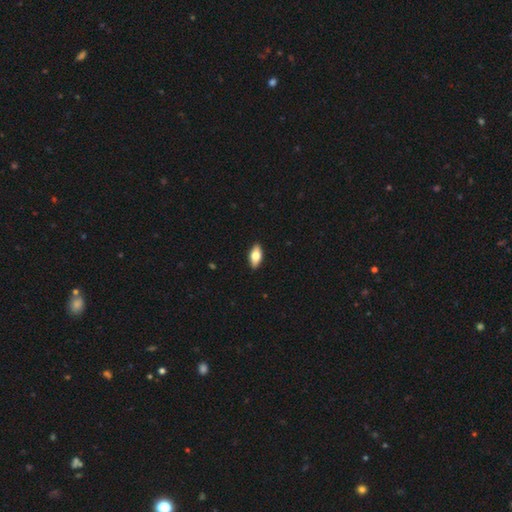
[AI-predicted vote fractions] Smooth or featured? smooth (71%)
How rounded? in between (87%)
Merging? none (90%)